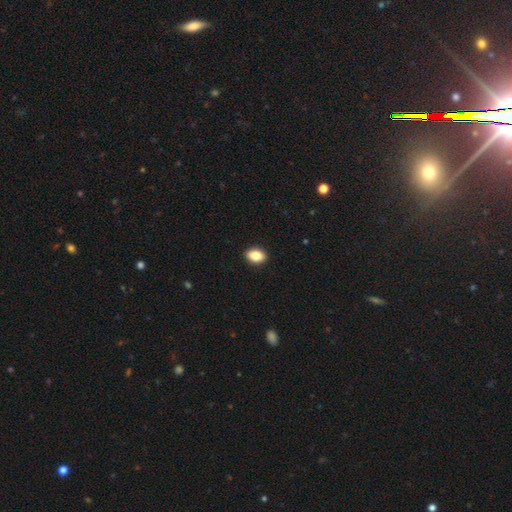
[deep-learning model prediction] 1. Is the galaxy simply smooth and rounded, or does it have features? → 85% smooth, 8% star or artifact, 7% featured or disk.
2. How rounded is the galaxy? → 81% in between, 17% round, 2% cigar-shaped.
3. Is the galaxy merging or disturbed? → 91% none, 7% minor disturbance, 2% major disturbance, 1% merger.